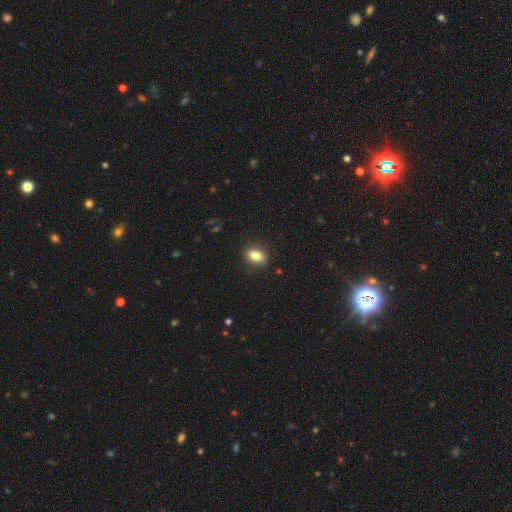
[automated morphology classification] Smooth or featured? Predicted: smooth (p=0.80). How rounded? Predicted: in between (p=0.77). Merging? Predicted: none (p=0.85).